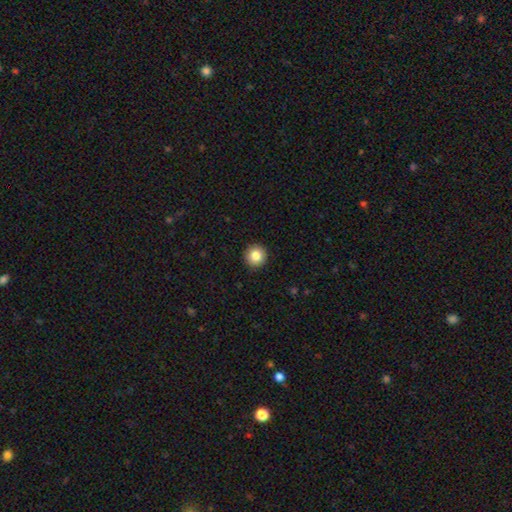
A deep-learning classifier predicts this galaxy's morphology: The model was most divided on "smooth or featured": smooth: 84%, star or artifact: 10%, featured or disk: 7%. More confident: how rounded — round (95%); merging — none (93%).